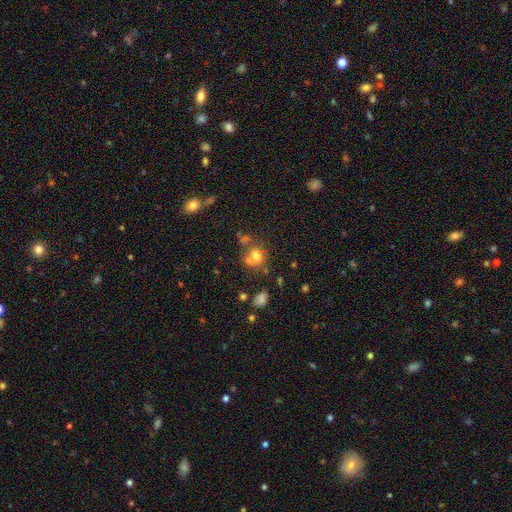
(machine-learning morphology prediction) smooth_or_featured: smooth (p=0.71) [alt: star or artifact p=0.15]
how_rounded: round (p=0.77) [alt: in between p=0.22]
merging: none (p=0.47) [alt: merger p=0.33]